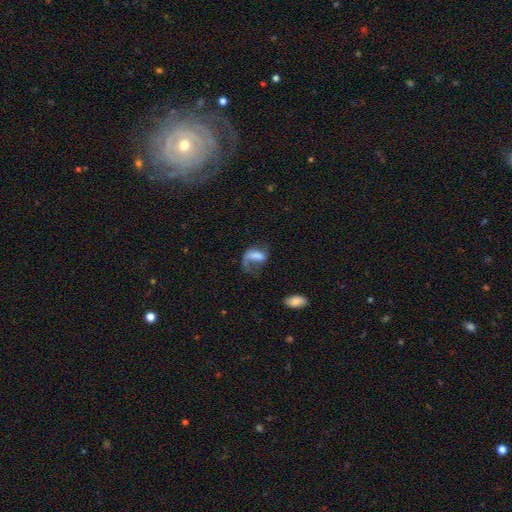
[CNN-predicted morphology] Smooth or featured? Predicted: featured or disk (p=0.45, tied with smooth). Merging? Predicted: major disturbance (p=0.55).